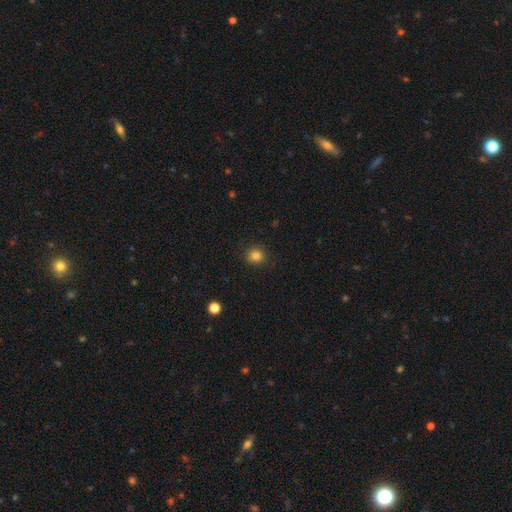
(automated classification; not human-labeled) A smooth galaxy with no disk features (84%) that is round (83%). Merging: none (88%).